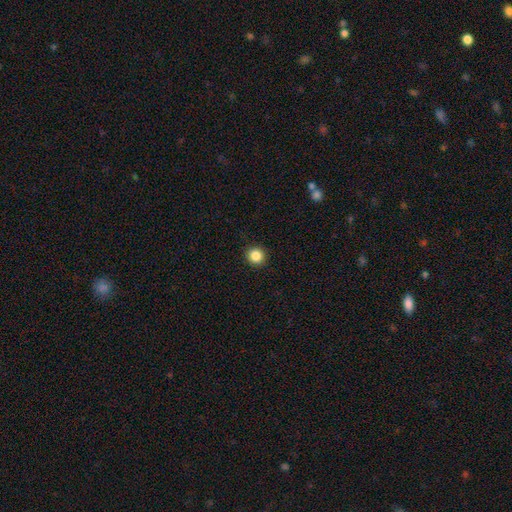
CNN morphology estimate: A smooth galaxy with no disk features (86%) that is round (92%).

Vote fractions:
- Smooth or featured? smooth: 86% / star or artifact: 10% / featured or disk: 4%
- How rounded? round: 92% / in between: 7% / cigar-shaped: 1%
- Merging? none: 93% / minor disturbance: 5% / major disturbance: 2% / merger: 1%